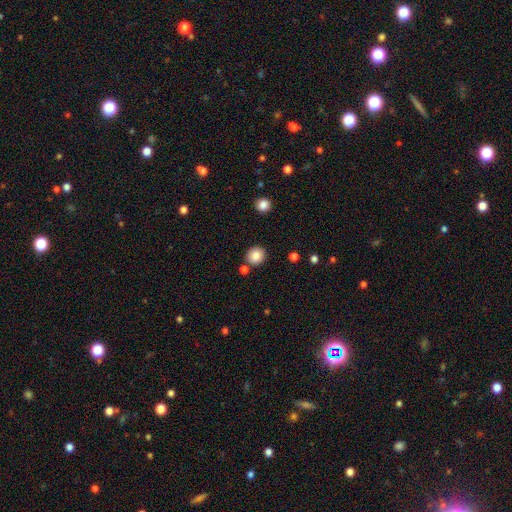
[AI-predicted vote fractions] Smooth or featured?
  - smooth: 84% *
  - star or artifact: 10%
  - featured or disk: 6%
How rounded?
  - round: 85% *
  - in between: 14%
  - cigar-shaped: 1%
Merging?
  - none: 83% *
  - minor disturbance: 7%
  - merger: 7%
  - major disturbance: 2%